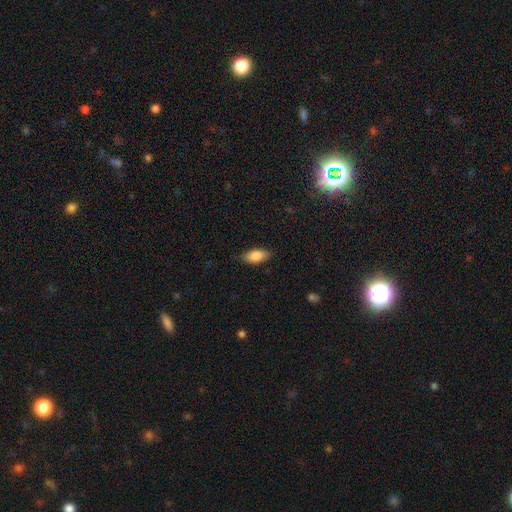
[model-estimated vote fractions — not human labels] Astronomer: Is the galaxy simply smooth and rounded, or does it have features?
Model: smooth — 82%.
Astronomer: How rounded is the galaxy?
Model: in between — 85%.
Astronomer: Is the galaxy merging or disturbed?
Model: none — 83%.